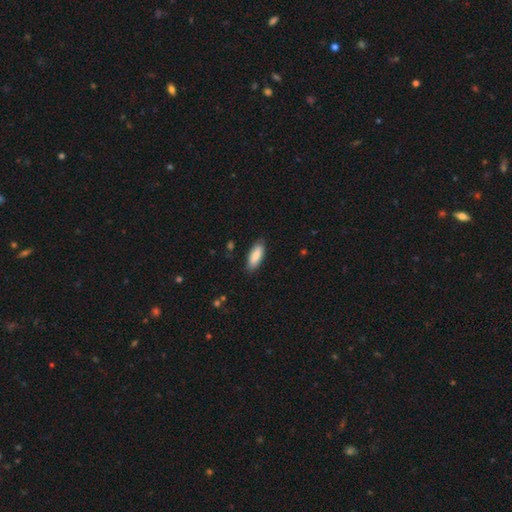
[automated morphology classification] type=smooth (84%); roundness=in between (74%); merging=none (84%).